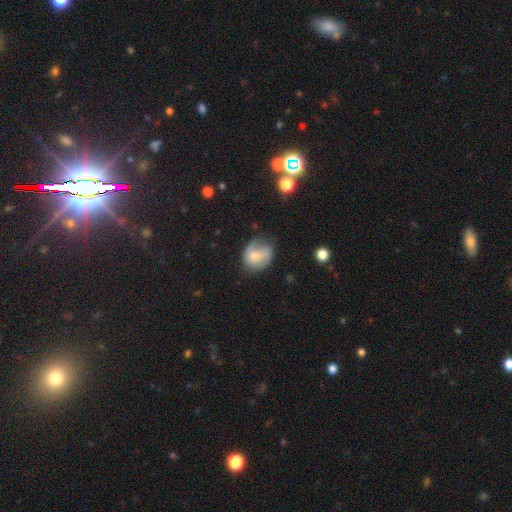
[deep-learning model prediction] Smooth or featured? Predicted: smooth (p=0.57). How rounded? Predicted: round (p=0.57). Merging? Predicted: none (p=0.40).